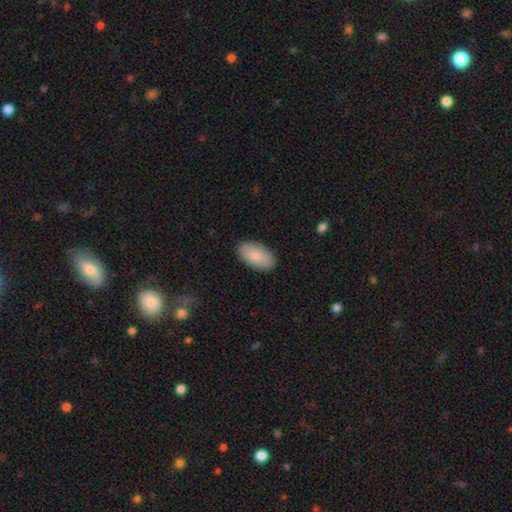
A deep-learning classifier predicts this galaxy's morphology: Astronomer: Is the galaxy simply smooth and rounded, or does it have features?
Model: smooth — 86%.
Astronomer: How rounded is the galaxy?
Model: in between — 95%.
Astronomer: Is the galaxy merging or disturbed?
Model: none — 88%.